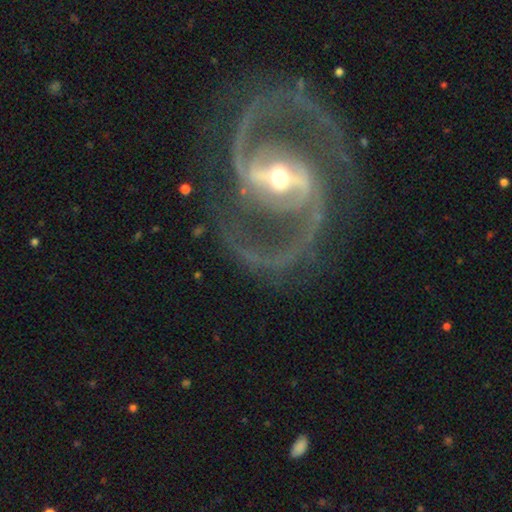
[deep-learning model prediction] A featured or disk galaxy (93%) with a strong bar (61%), 2 (92%) medium (63%) spiral arms (98%) and a moderate central bulge (61%).

Vote fractions:
- Smooth or featured? featured or disk: 93% / star or artifact: 4% / smooth: 2%
- Edge-on disk? no: 98% / yes: 2%
- Bar? strong: 61% / weak: 29% / no: 10%
- Spiral arms? yes: 98% / no: 2%
- Spiral winding? medium: 63% / tight: 19% / loose: 18%
- Spiral arm count? 2: 92% / 3: 2% / can't tell: 2% / 1: 1% / 4: 1% / more than 4: 1%
- Bulge size? moderate: 61% / small: 30% / large: 7% / dominant: 1% / none: 1%
- Merging? none: 77% / minor disturbance: 12% / major disturbance: 9% / merger: 2%